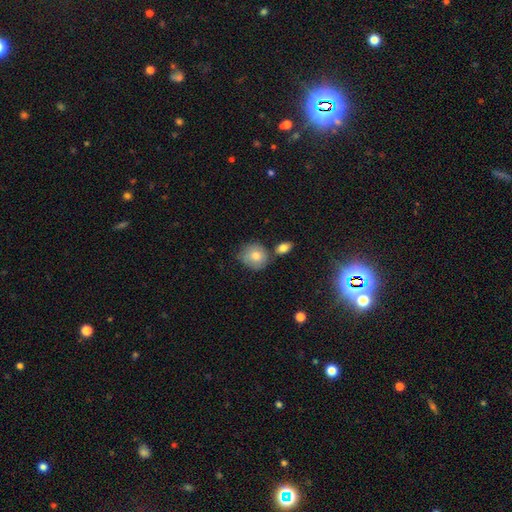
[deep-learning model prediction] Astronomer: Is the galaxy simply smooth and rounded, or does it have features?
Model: smooth — 76%.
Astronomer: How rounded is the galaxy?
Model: round — 82%.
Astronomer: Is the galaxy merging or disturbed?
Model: none — 61%.